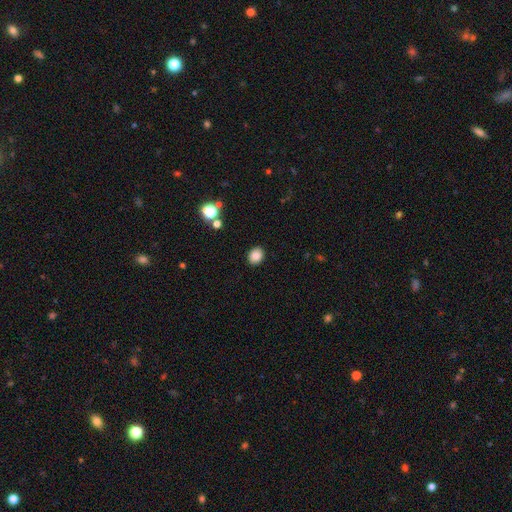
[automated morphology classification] Overall: smooth (86%). How rounded: round (51%; in between 48%). Merging: none (89%).